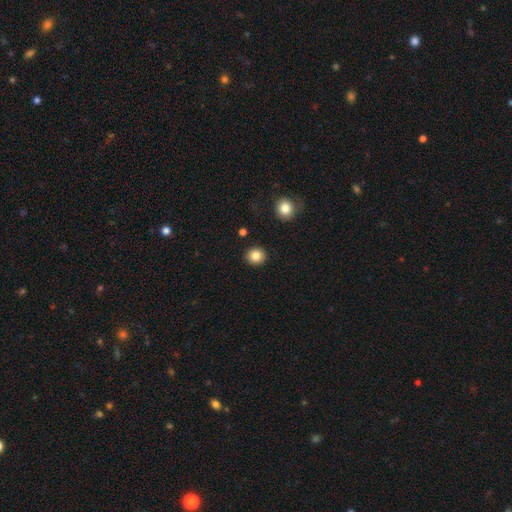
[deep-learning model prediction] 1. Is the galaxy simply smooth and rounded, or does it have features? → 84% smooth, 10% star or artifact, 6% featured or disk.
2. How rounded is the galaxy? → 89% round, 10% in between, 1% cigar-shaped.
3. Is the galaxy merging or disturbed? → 92% none, 5% minor disturbance, 2% major disturbance, 2% merger.